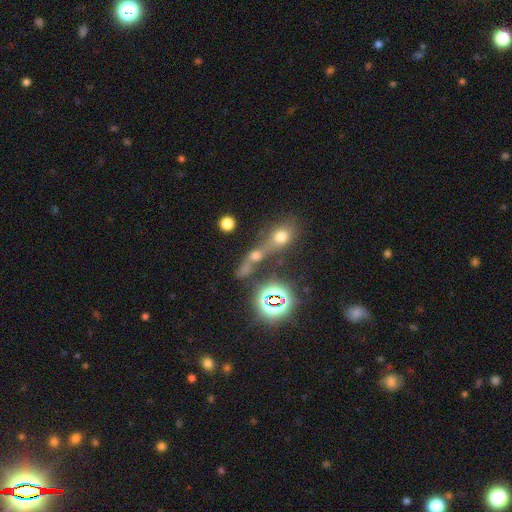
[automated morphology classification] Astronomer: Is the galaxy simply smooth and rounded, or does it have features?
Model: smooth — 47% (runner-up: star or artifact, 35%).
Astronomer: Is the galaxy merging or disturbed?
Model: merger — 54% (runner-up: none, 30%).